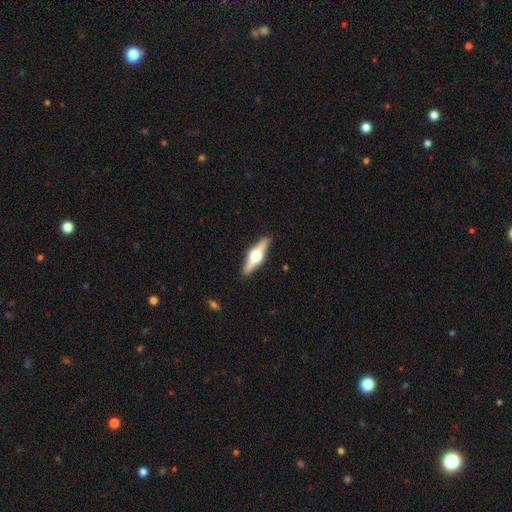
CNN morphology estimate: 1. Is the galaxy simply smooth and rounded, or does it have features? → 72% featured or disk, 22% smooth, 5% star or artifact.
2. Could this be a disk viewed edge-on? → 97% yes, 3% no.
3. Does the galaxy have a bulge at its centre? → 95% rounded, 4% boxy, 1% none.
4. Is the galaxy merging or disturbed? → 90% none, 7% minor disturbance, 2% major disturbance, 1% merger.